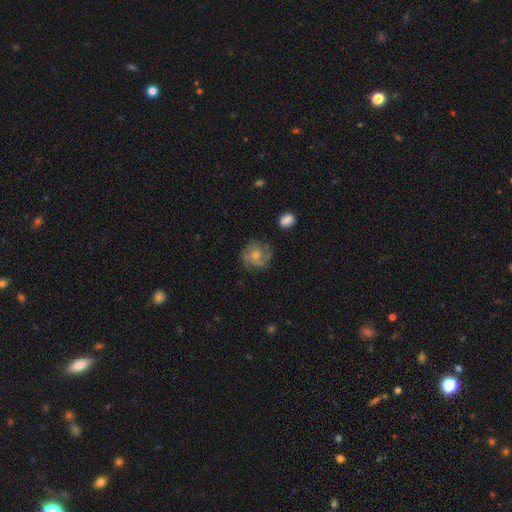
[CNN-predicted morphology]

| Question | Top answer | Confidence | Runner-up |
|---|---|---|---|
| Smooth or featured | featured or disk | 59% | smooth (33%) |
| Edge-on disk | no | 98% | yes (2%) |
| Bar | no | 73% | weak (24%) |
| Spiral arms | yes | 86% | no (14%) |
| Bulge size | moderate | 48% | small (34%) |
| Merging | none | 72% | minor disturbance (18%) |